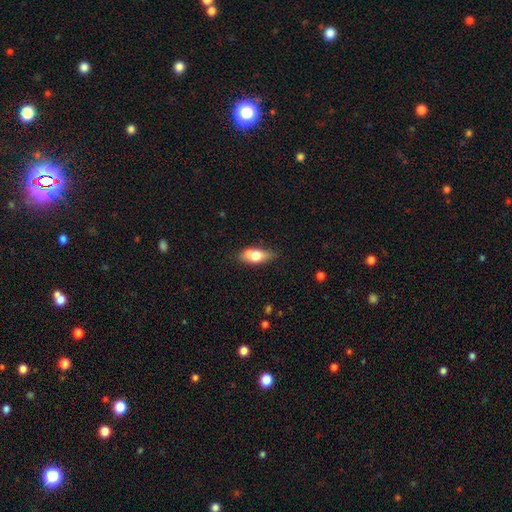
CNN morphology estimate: smooth_or_featured: smooth (p=0.62) [alt: featured or disk p=0.31]
how_rounded: in between (p=0.76) [alt: cigar-shaped p=0.18]
merging: none (p=0.58) [alt: merger p=0.19]